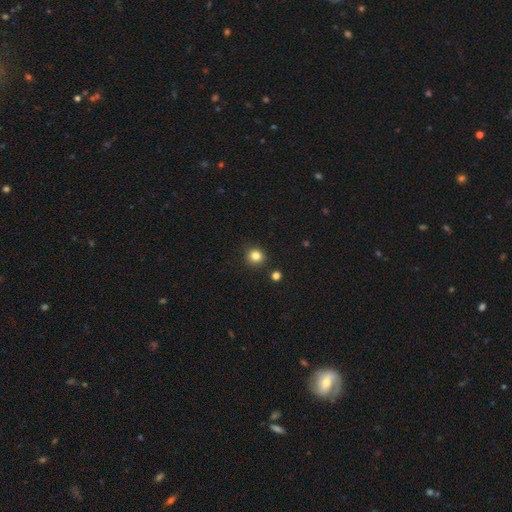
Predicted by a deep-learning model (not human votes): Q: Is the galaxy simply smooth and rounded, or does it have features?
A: smooth — 82%.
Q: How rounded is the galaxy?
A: round — 91%.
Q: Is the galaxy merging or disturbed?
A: none — 89%.